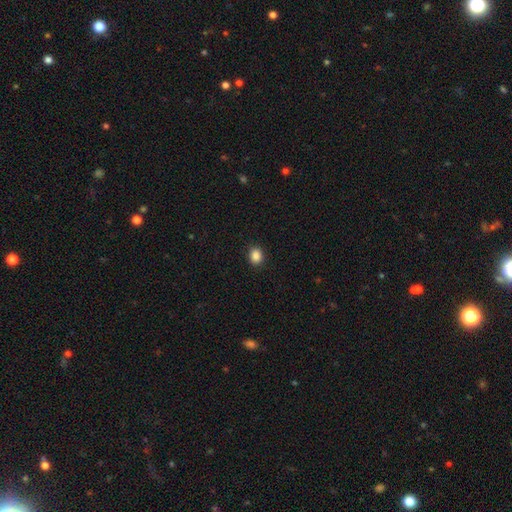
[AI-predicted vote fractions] Smooth or featured? smooth (88%)
How rounded? round (55%)
Merging? none (90%)